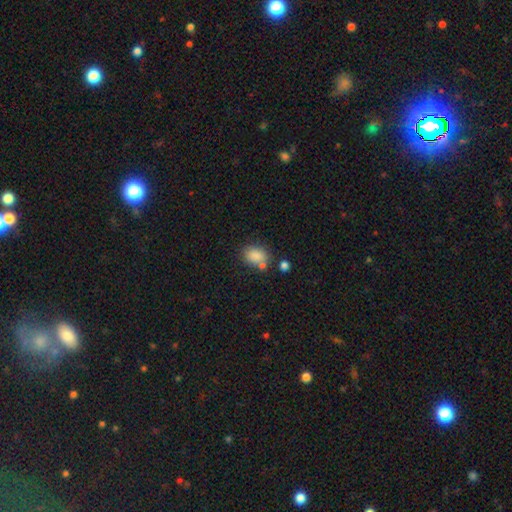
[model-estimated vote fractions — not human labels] Smooth or featured? smooth (85%)
How rounded? in between (67%)
Merging? none (64%)